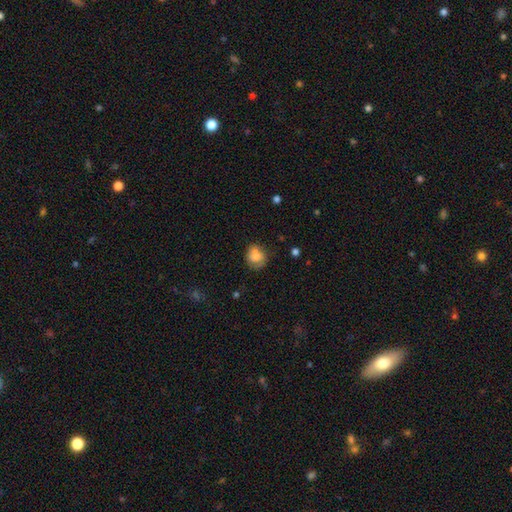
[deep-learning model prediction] A smooth galaxy with no disk features (77%) that is round (62%). Merging: none (56%).